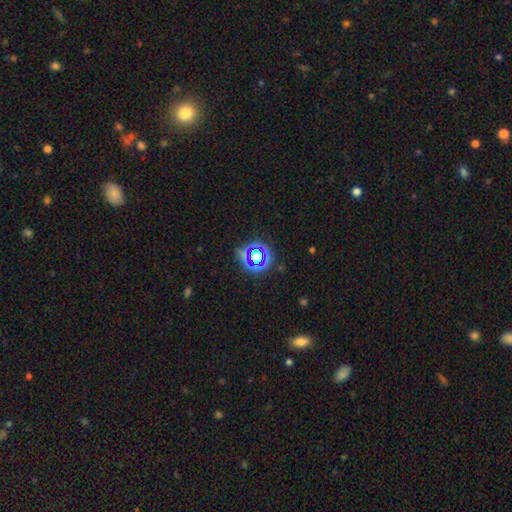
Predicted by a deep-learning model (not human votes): The model was most divided on "smooth or featured": star or artifact: 57%, smooth: 31%, featured or disk: 12%.